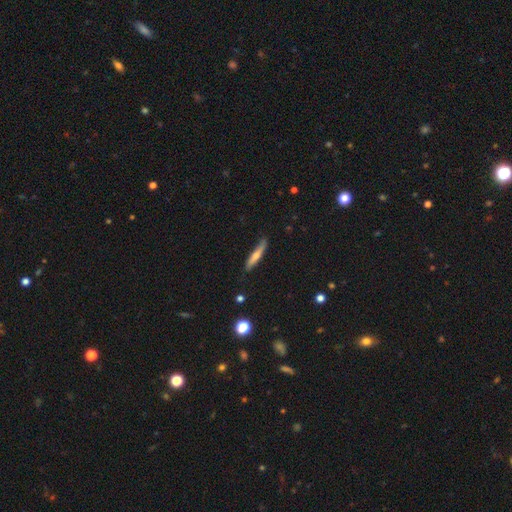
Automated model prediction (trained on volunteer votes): Morphology: type=smooth (54%); roundness=cigar-shaped (90%); merging=none (82%).